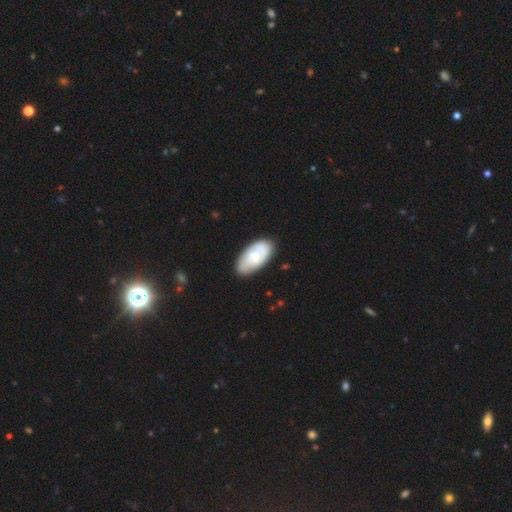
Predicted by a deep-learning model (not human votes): smooth 50%, featured or disk 45%, star or artifact 6%. Down the decision tree: merging — none (79%).